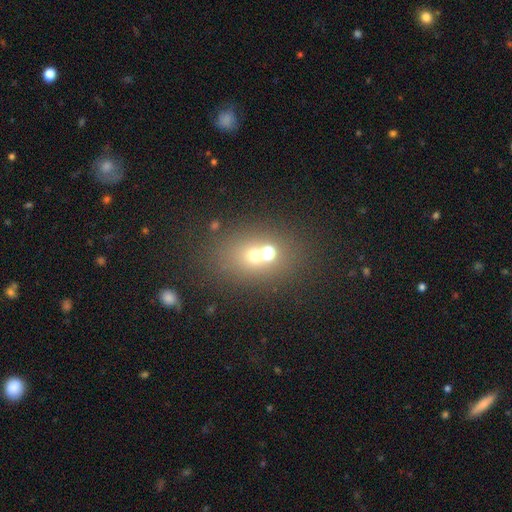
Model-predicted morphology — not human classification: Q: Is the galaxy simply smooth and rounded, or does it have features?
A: smooth — 57%.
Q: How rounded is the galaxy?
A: round — 54%.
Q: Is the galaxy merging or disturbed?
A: none — 50%.